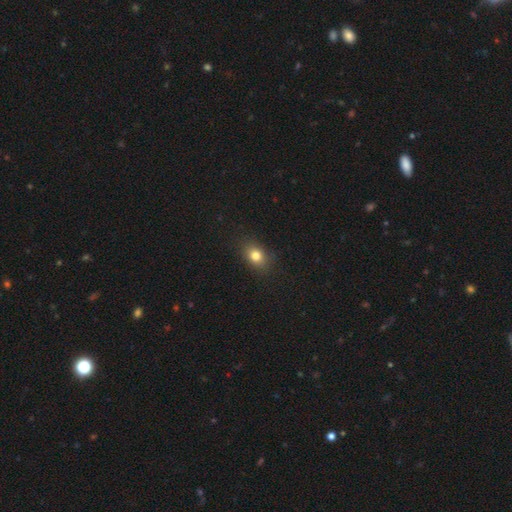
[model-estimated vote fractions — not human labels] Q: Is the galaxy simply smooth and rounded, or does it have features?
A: smooth — 81%.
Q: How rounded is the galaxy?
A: in between — 62%.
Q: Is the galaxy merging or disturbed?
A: none — 86%.